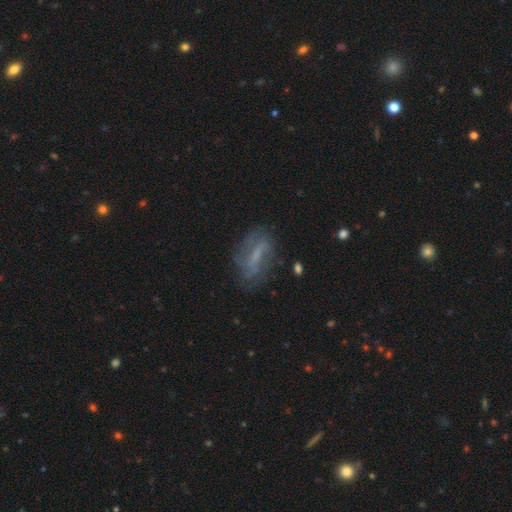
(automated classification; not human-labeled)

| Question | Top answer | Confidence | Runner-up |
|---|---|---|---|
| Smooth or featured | featured or disk | 54% | smooth (34%) |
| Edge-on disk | no | 81% | yes (19%) |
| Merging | none | 67% | minor disturbance (20%) |